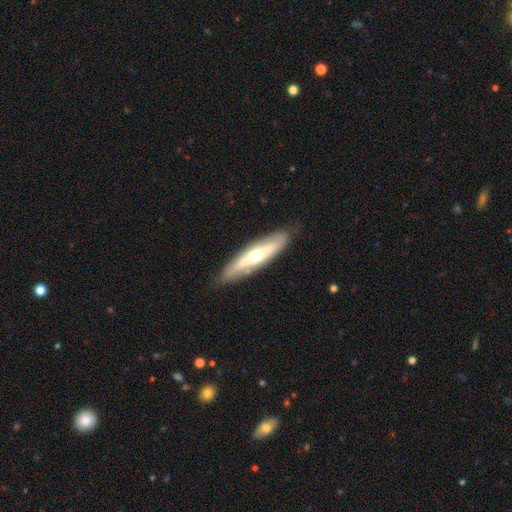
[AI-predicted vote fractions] This is possibly a featured or disk galaxy (56%). It is possibly viewed edge-on (53%). Merging: clearly none (83%).